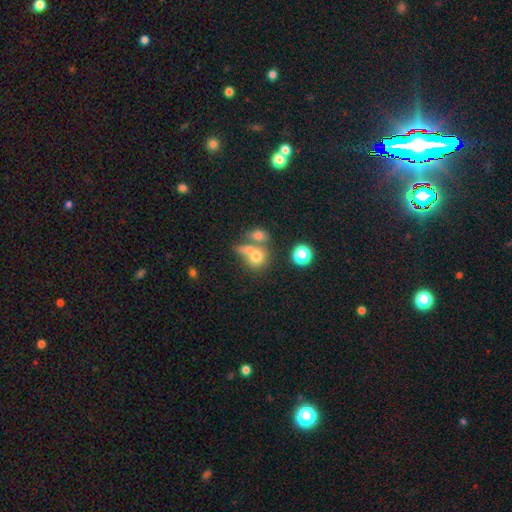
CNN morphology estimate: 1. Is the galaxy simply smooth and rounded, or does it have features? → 70% smooth, 16% featured or disk, 14% star or artifact.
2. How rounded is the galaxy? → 67% round, 31% in between, 2% cigar-shaped.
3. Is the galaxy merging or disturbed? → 48% merger, 34% none, 10% minor disturbance, 8% major disturbance.